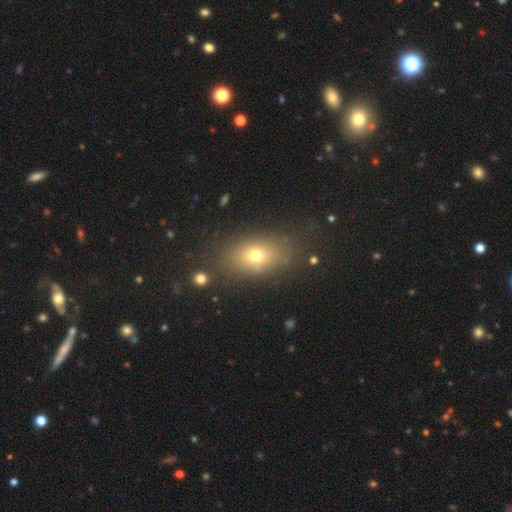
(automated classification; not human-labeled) This appears to be a smooth galaxy with no disk features (68%) that is in between round and cigar-shaped (80%). Merging: none (76%).